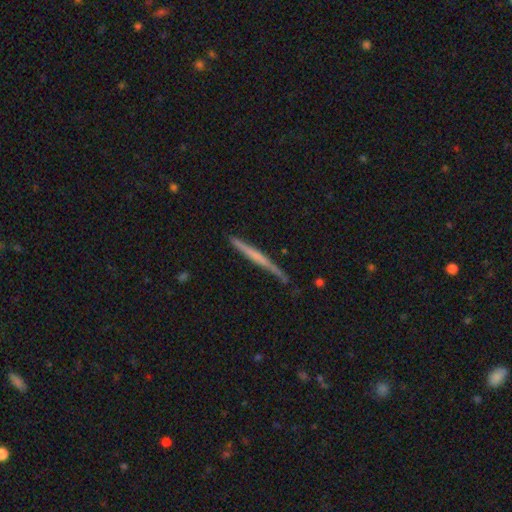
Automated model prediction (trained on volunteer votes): featured or disk 54%, smooth 41%, star or artifact 5%. Down the decision tree: edge-on disk — yes (97%); edge-on bulge — none (75%); merging — none (81%).